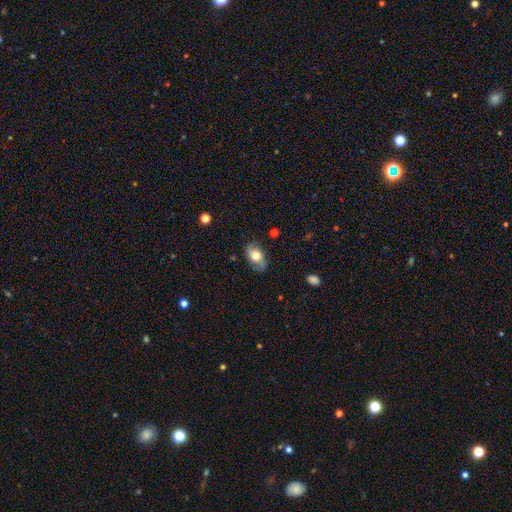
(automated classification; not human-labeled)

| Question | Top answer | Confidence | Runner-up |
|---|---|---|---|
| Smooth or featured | smooth | 55% | featured or disk (38%) |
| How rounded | in between | 87% | round (11%) |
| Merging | none | 74% | minor disturbance (19%) |